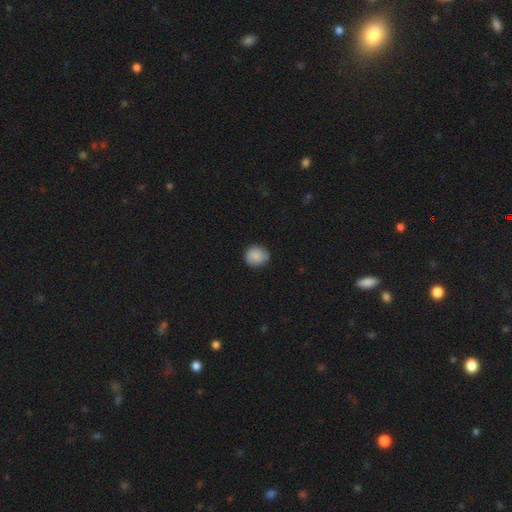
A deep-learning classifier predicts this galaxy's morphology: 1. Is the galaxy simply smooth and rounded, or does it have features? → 86% smooth, 8% star or artifact, 6% featured or disk.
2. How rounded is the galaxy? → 85% round, 14% in between, 1% cigar-shaped.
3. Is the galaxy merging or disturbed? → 81% none, 16% minor disturbance, 3% major disturbance, 1% merger.